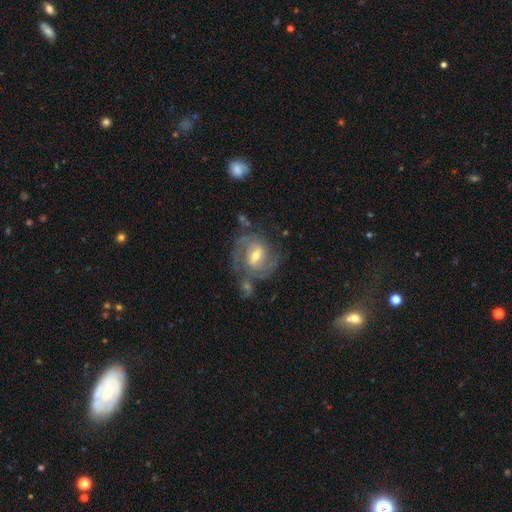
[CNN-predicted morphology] Overall: featured or disk (84%). Edge-on disk: no (97%). Bar: weak (55%; strong 27%). Spiral arms: yes (93%). Spiral arm count: 2 (52%; can't tell 21%). Spiral winding: tight (51%; medium 38%). Bulge size: moderate (66%; small 27%). Merging: none (60%).